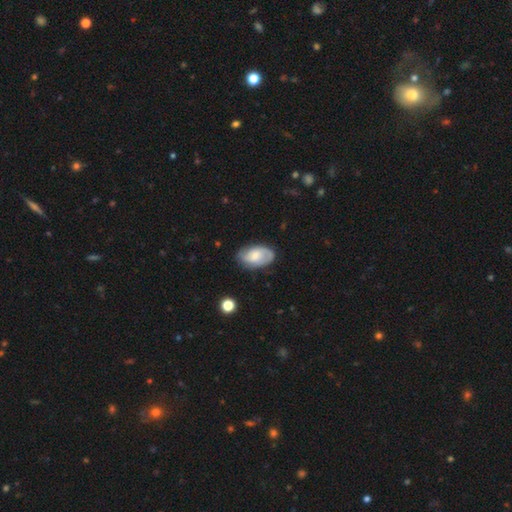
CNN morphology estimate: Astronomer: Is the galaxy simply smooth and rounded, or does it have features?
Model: featured or disk — 48% (runner-up: smooth, 45%).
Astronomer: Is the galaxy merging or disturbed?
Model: none — 72%.